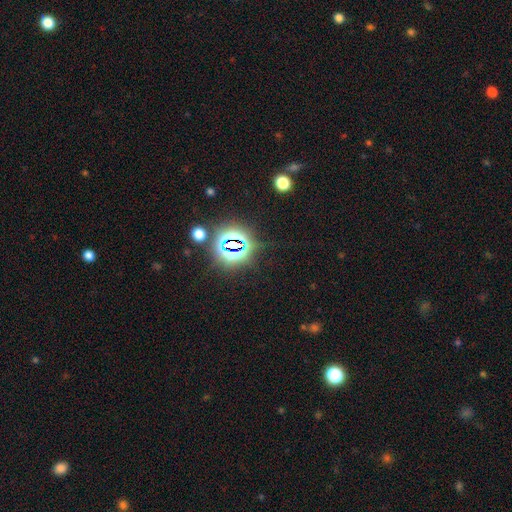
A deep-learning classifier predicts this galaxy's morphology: Q: Smooth or featured?
A: star or artifact (83%); runner-up: smooth (11%)